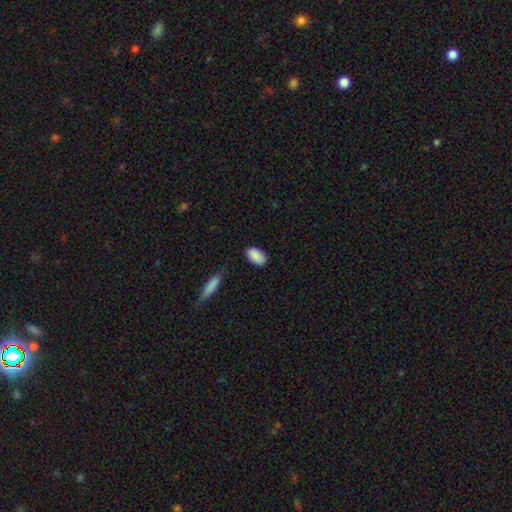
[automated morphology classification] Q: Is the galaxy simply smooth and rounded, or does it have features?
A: smooth — 89%.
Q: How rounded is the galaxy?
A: in between — 93%.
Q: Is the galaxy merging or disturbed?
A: none — 83%.